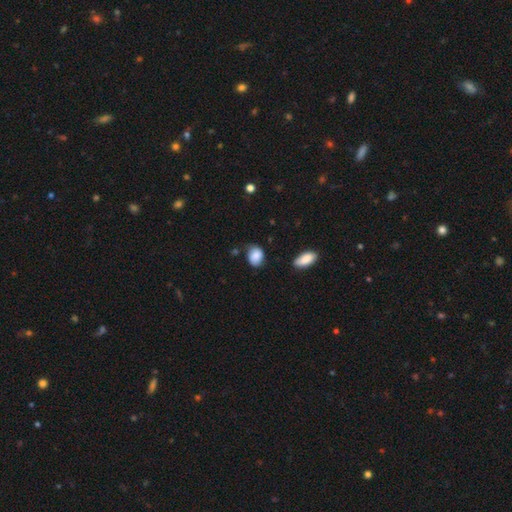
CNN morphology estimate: This appears to be a smooth galaxy with no disk features (83%) that is in between round and cigar-shaped (63%). Merging: none (60%).